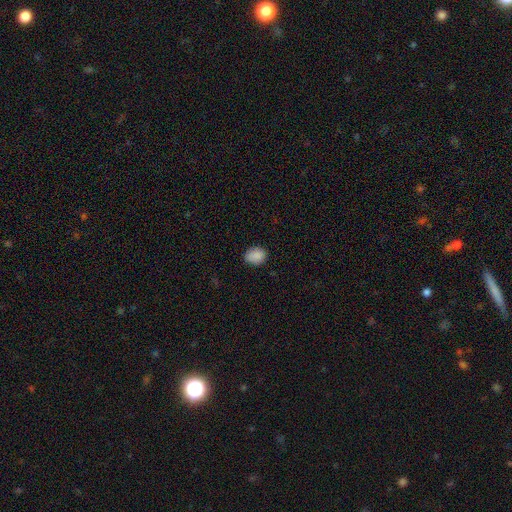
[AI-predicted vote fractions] Smooth or featured? Predicted: smooth (p=0.87). How rounded? Predicted: in between (p=0.56). Merging? Predicted: none (p=0.79).